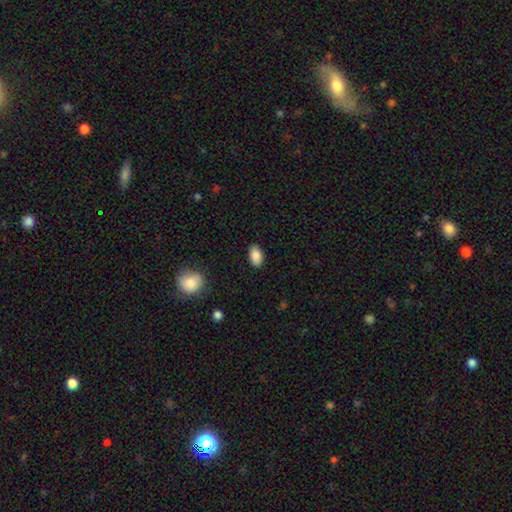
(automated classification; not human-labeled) This appears to be a smooth galaxy with no disk features (88%) that is in between round and cigar-shaped (93%). Merging: none (88%).